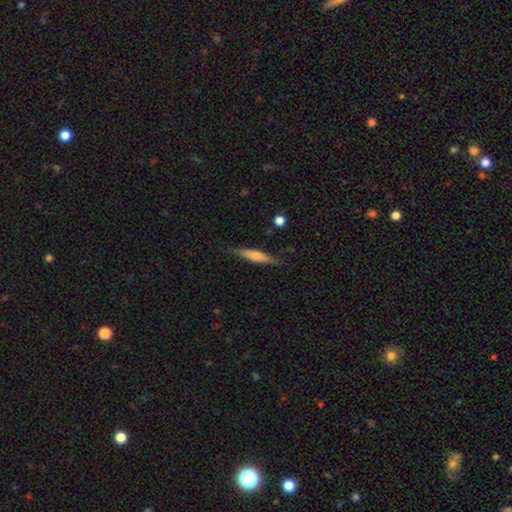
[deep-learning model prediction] A smooth galaxy with no disk features (63%) that is cigar-shaped (84%).

Vote fractions:
- Smooth or featured? smooth: 63% / featured or disk: 31% / star or artifact: 6%
- How rounded? cigar-shaped: 84% / in between: 15% / round: 2%
- Merging? none: 79% / minor disturbance: 16% / major disturbance: 4% / merger: 2%